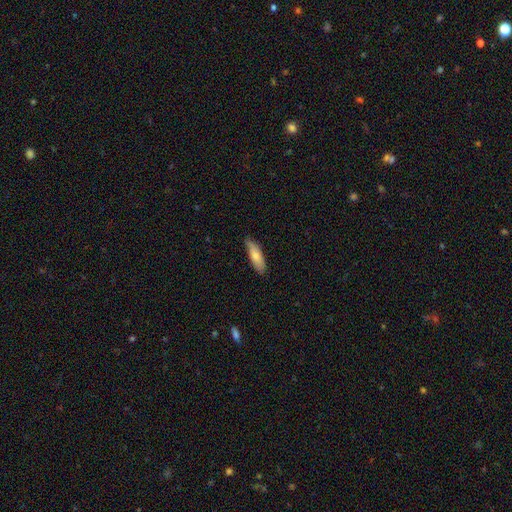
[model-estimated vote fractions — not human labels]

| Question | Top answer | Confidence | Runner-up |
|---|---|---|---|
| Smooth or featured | smooth | 73% | featured or disk (21%) |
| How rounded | in between | 50% | cigar-shaped (48%) |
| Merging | none | 74% | minor disturbance (21%) |